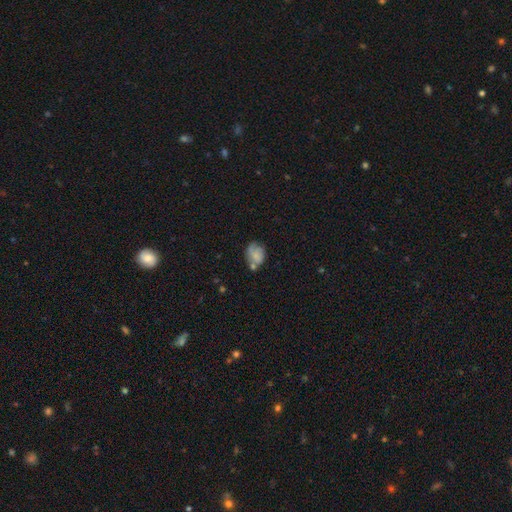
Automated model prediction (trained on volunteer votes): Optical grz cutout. It shows a smooth galaxy with no disk features (61%) that is in between round and cigar-shaped (62%). Merging: none (40%).